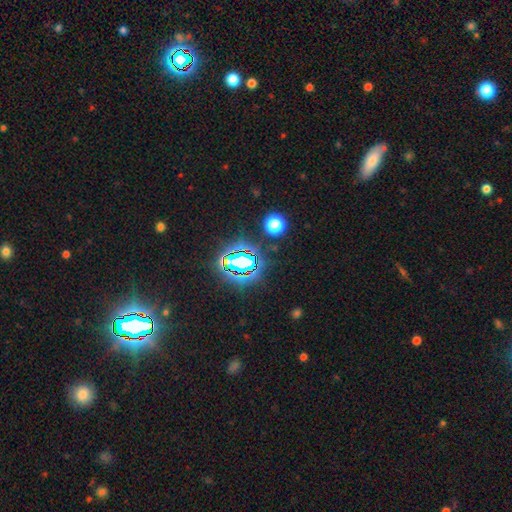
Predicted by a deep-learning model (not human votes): A star or artifact, not a galaxy (80%).

Vote fractions:
- Smooth or featured? star or artifact: 80% / smooth: 12% / featured or disk: 8%